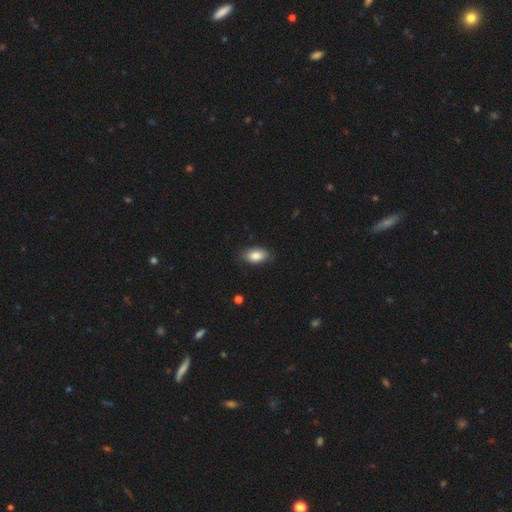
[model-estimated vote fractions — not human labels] Overall: smooth (85%). How rounded: in between (92%). Merging: none (82%).